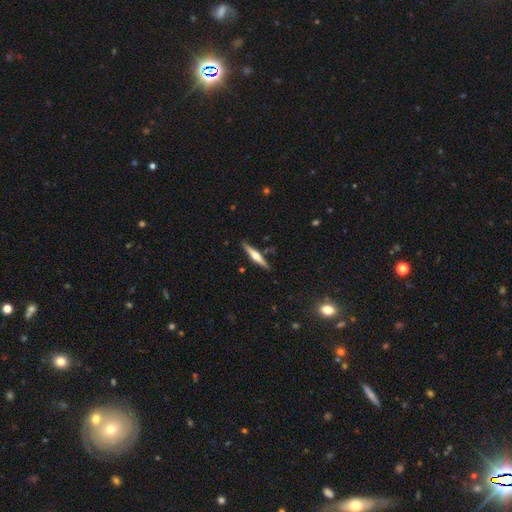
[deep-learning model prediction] smooth-or-featured: featured or disk: 68% | smooth: 26% | star or artifact: 6%
  disk-edge-on: yes: 98% | no: 2%
    edge-on-bulge: rounded: 87% | boxy: 8% | none: 4%
  merging: none: 88% | minor disturbance: 8% | merger: 2% | major disturbance: 2%